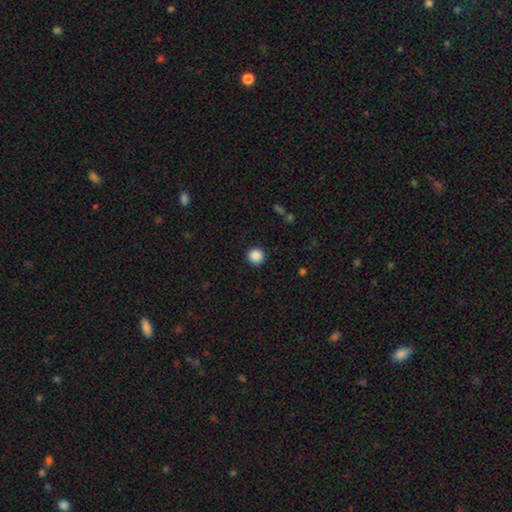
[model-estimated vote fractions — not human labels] This appears to be a smooth galaxy with no disk features (88%) that is round (94%). Merging: none (91%).